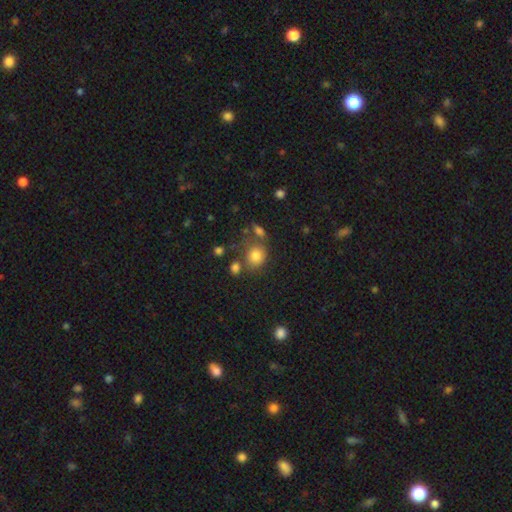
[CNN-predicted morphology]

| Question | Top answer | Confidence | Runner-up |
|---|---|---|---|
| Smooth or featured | smooth | 80% | star or artifact (12%) |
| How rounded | round | 72% | in between (27%) |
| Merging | none | 66% | minor disturbance (14%) |